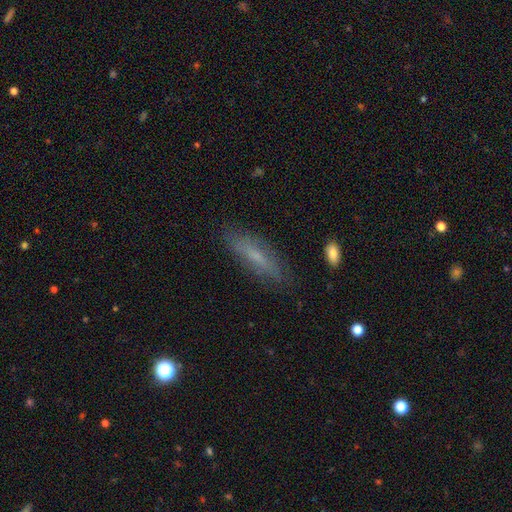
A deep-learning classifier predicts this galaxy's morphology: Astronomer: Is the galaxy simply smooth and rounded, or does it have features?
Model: smooth — 57% (runner-up: featured or disk, 34%).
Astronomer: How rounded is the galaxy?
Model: cigar-shaped — 66%.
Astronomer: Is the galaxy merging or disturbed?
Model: none — 81%.